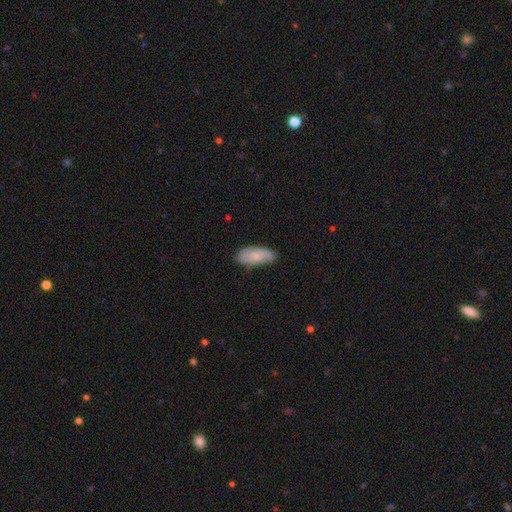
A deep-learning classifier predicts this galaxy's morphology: A smooth galaxy with no disk features (63%) that is in between round and cigar-shaped (86%).

Vote fractions:
- Smooth or featured? smooth: 63% / featured or disk: 30% / star or artifact: 7%
- How rounded? in between: 86% / cigar-shaped: 11% / round: 2%
- Merging? none: 76% / minor disturbance: 19% / major disturbance: 3% / merger: 1%